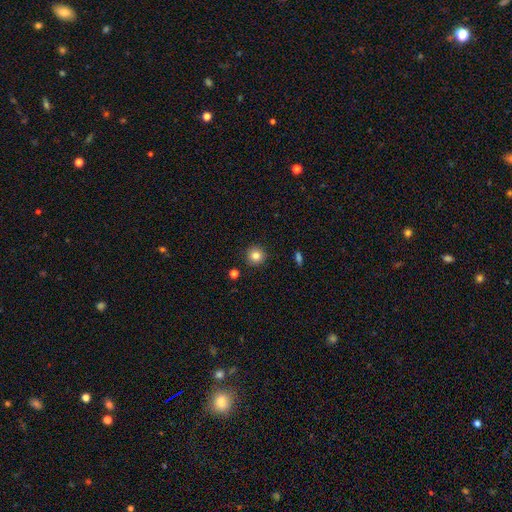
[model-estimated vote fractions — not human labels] Smooth or featured? Predicted: smooth (p=0.83). How rounded? Predicted: round (p=0.94). Merging? Predicted: none (p=0.91).